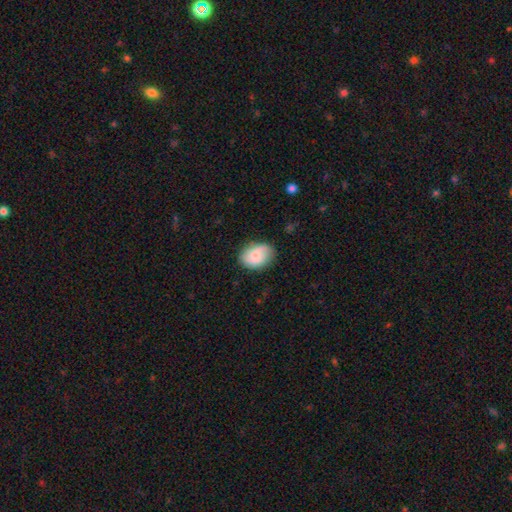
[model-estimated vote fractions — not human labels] A smooth galaxy with no disk features (67%) that is in between round and cigar-shaped (74%).

Vote fractions:
- Smooth or featured? smooth: 67% / featured or disk: 26% / star or artifact: 7%
- How rounded? in between: 74% / round: 25% / cigar-shaped: 1%
- Merging? none: 77% / minor disturbance: 17% / major disturbance: 4% / merger: 1%